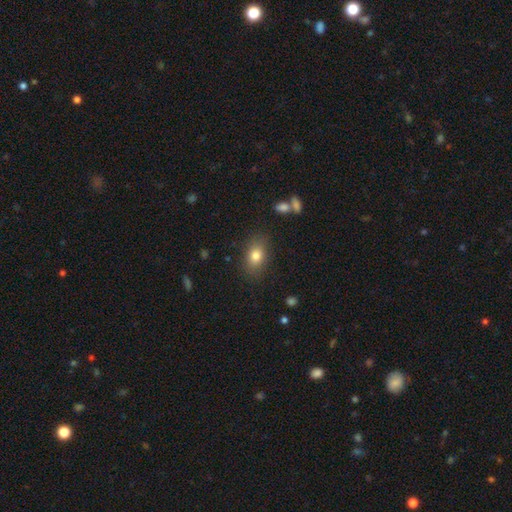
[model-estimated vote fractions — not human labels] Smooth or featured? smooth (80%)
How rounded? in between (78%)
Merging? none (82%)